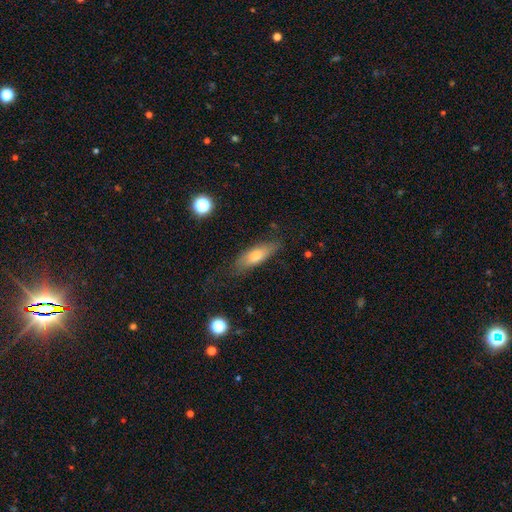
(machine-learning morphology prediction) smooth 63%, featured or disk 29%, star or artifact 8%. Down the decision tree: how rounded — in between (51%); merging — none (74%).